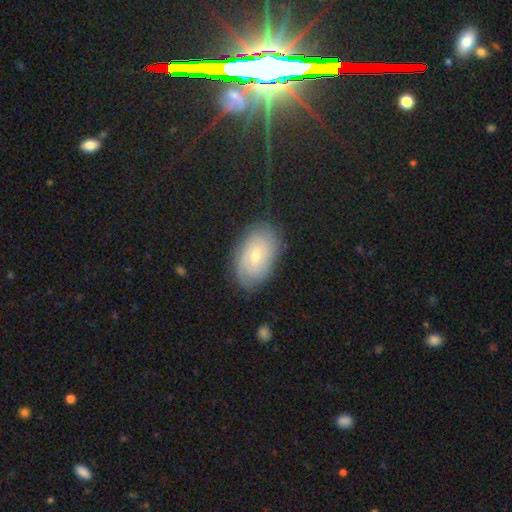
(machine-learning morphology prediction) The model was most divided on "smooth or featured": featured or disk: 51%, smooth: 40%, star or artifact: 9%. More confident: edge-on disk — no (93%); merging — none (81%).